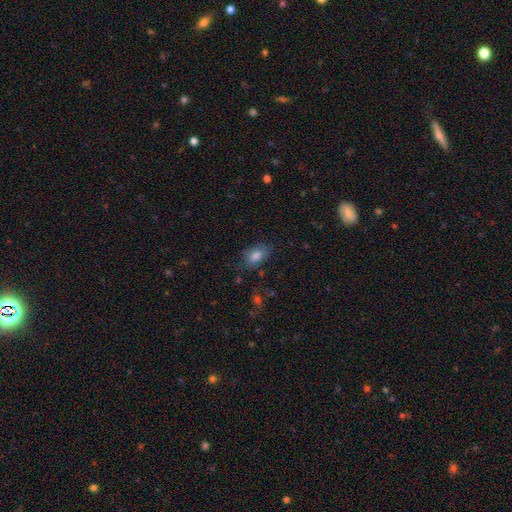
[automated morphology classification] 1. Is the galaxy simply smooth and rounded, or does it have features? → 80% smooth, 11% star or artifact, 10% featured or disk.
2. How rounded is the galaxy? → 84% in between, 14% round, 2% cigar-shaped.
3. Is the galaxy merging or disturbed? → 76% none, 17% minor disturbance, 5% major disturbance, 2% merger.